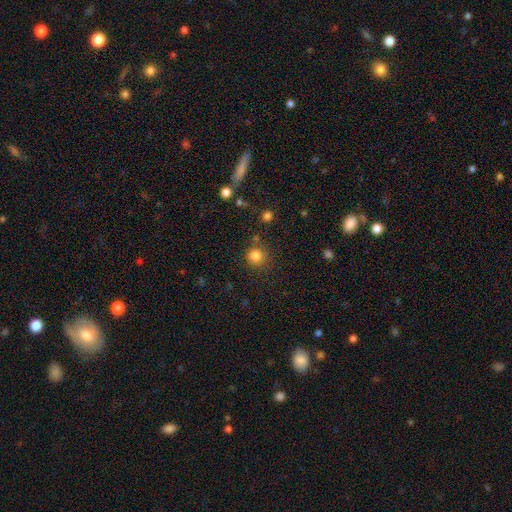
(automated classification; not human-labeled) This appears to be a smooth galaxy with no disk features (82%) that is round (93%). Merging: none (81%).